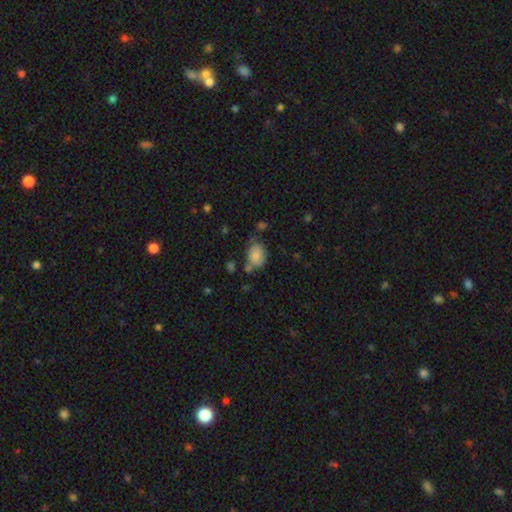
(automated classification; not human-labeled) A smooth galaxy with no disk features (83%) that is in between round and cigar-shaped (63%).

Vote fractions:
- Smooth or featured? smooth: 83% / star or artifact: 9% / featured or disk: 8%
- How rounded? in between: 63% / round: 36% / cigar-shaped: 1%
- Merging? none: 58% / minor disturbance: 23% / merger: 12% / major disturbance: 7%